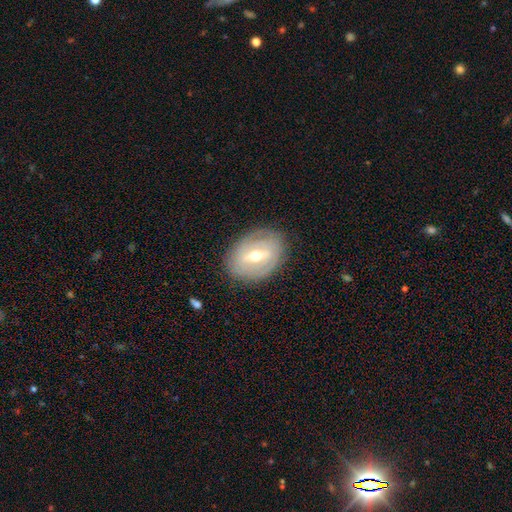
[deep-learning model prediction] Overall: featured or disk (73%). Edge-on disk: no (93%). Bar: weak (44%; strong 39%). Spiral arms: yes (63%; no 37%). Bulge size: moderate (68%). Merging: none (82%).